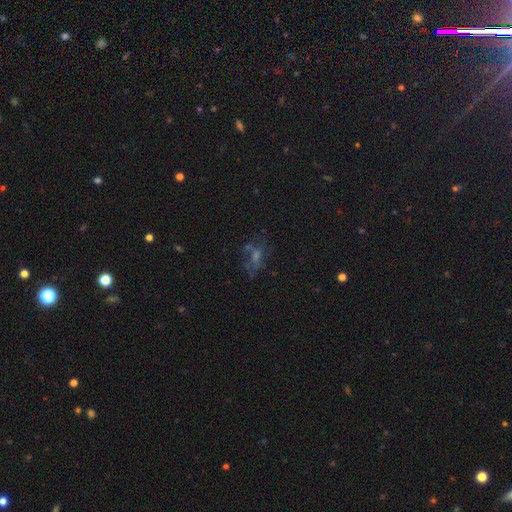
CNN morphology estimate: Overall: featured or disk (40%; star or artifact 34%). Merging: none (53%; major disturbance 21%).